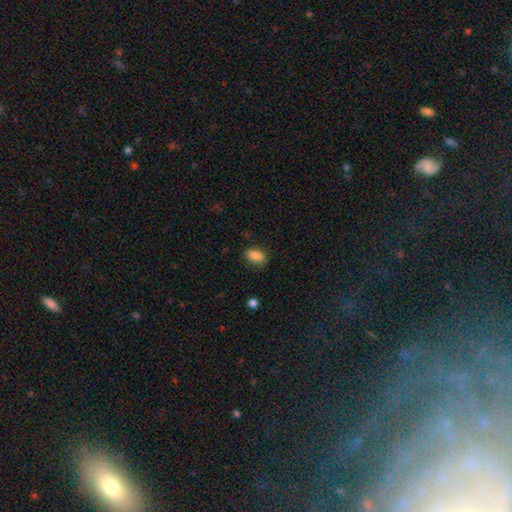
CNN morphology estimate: Smooth or featured? Predicted: smooth (p=0.85). How rounded? Predicted: in between (p=0.84). Merging? Predicted: none (p=0.77).